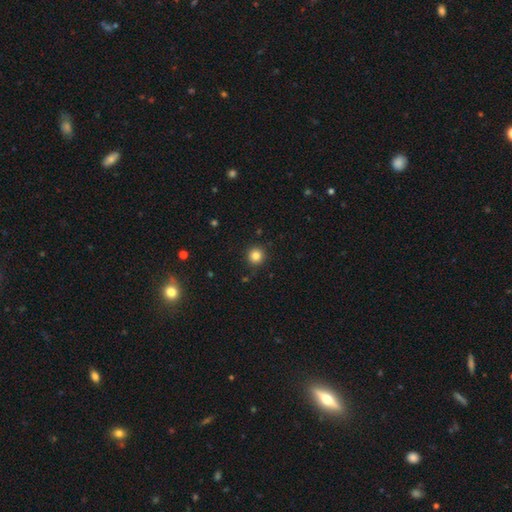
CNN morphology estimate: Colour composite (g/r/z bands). It shows a smooth galaxy with no disk features (83%) that is round (95%). Merging: none (91%).